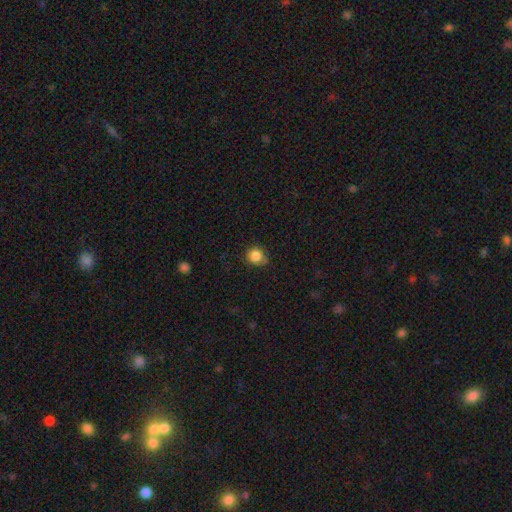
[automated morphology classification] Smooth or featured? smooth (86%)
How rounded? round (89%)
Merging? none (78%)